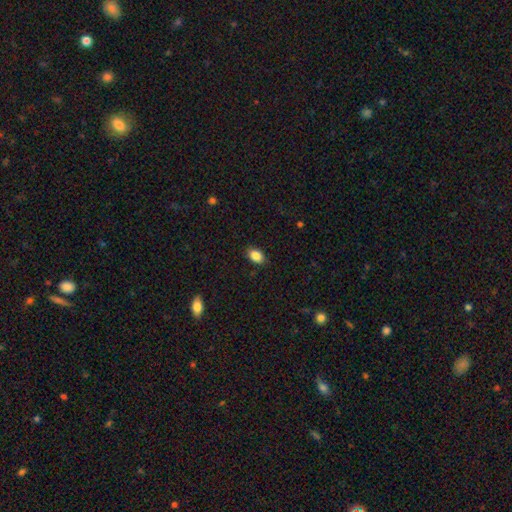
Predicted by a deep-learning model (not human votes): The model was most divided on "how rounded": in between: 87%, round: 11%, cigar-shaped: 1%. More confident: merging — none (87%); smooth or featured — smooth (87%).